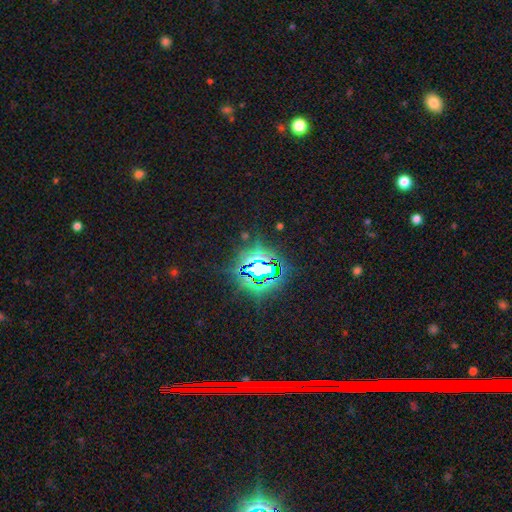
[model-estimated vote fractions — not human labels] A star or artifact, not a galaxy (83%).

Vote fractions:
- Smooth or featured? star or artifact: 83% / smooth: 10% / featured or disk: 7%